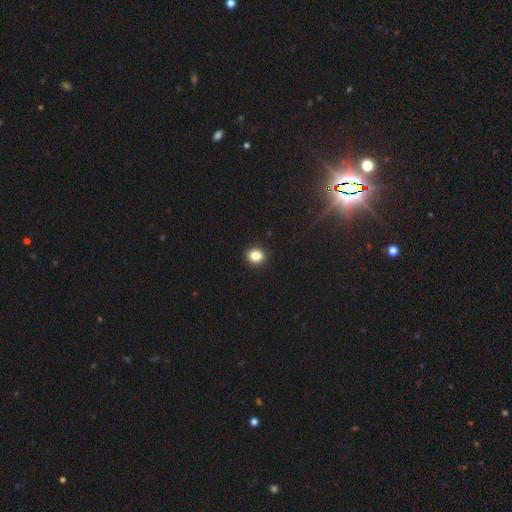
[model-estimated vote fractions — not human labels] smooth 84%, star or artifact 11%, featured or disk 5%. Down the decision tree: how rounded — round (79%); merging — none (92%).